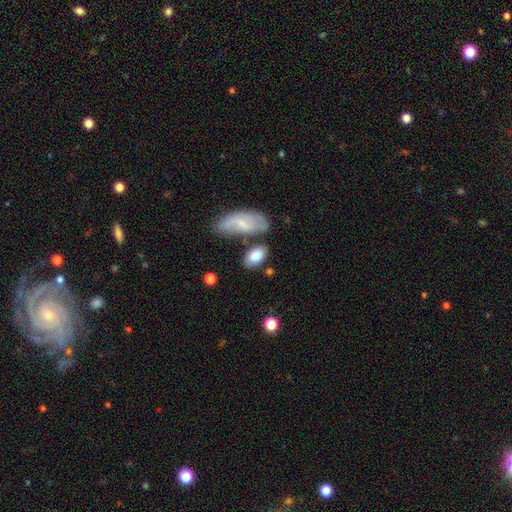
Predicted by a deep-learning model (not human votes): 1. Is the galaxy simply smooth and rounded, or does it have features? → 79% smooth, 15% featured or disk, 6% star or artifact.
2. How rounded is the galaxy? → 92% in between, 6% round, 2% cigar-shaped.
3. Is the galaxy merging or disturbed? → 57% none, 19% minor disturbance, 16% merger, 7% major disturbance.